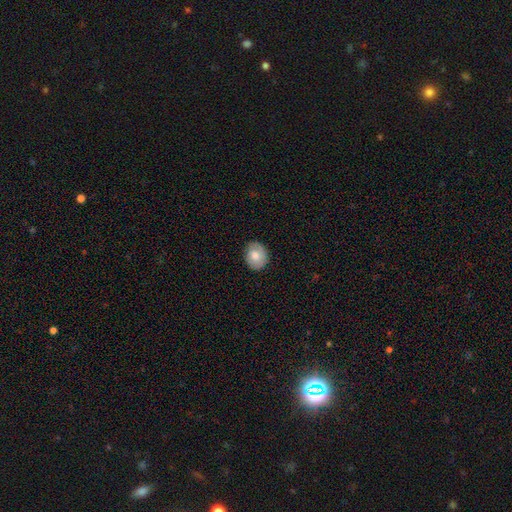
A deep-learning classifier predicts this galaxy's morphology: Smooth or featured?
  - smooth: 74% *
  - featured or disk: 19%
  - star or artifact: 7%
How rounded?
  - round: 53% *
  - in between: 46%
  - cigar-shaped: 1%
Merging?
  - none: 81% *
  - minor disturbance: 15%
  - major disturbance: 3%
  - merger: 1%